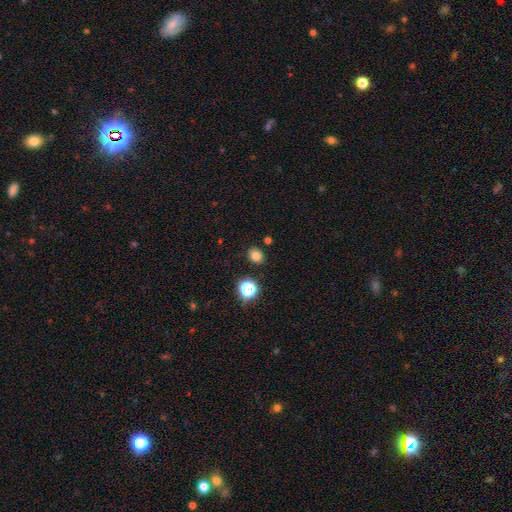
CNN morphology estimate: The model was most divided on "how rounded": round: 59%, in between: 40%, cigar-shaped: 1%. More confident: merging — none (86%); smooth or featured — smooth (79%).